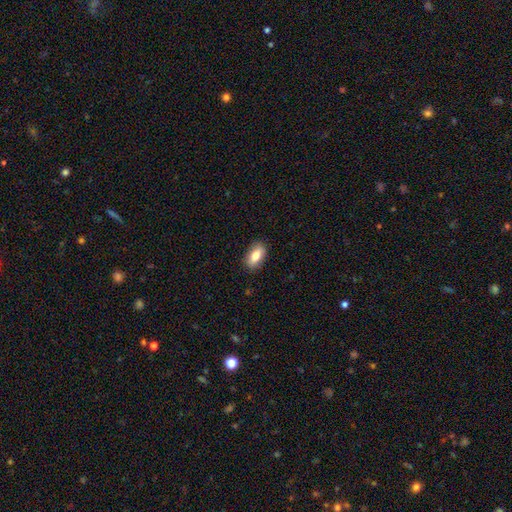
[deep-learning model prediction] The model was most divided on "smooth or featured": smooth: 79%, featured or disk: 14%, star or artifact: 7%. More confident: how rounded — in between (87%); merging — none (87%).